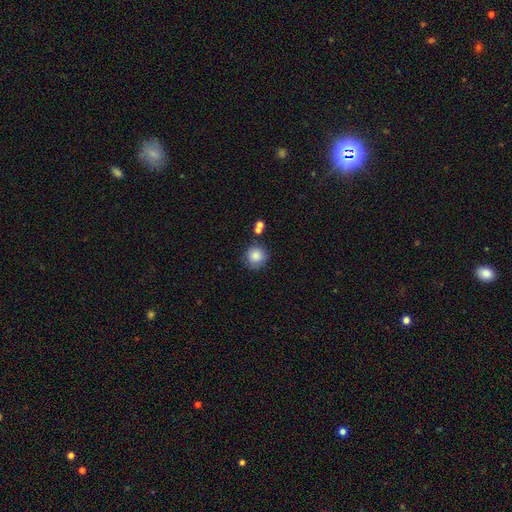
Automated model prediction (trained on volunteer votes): A smooth galaxy with no disk features (85%) that is round (92%).

Vote fractions:
- Smooth or featured? smooth: 85% / star or artifact: 9% / featured or disk: 6%
- How rounded? round: 92% / in between: 7% / cigar-shaped: 1%
- Merging? none: 76% / minor disturbance: 13% / merger: 7% / major disturbance: 4%